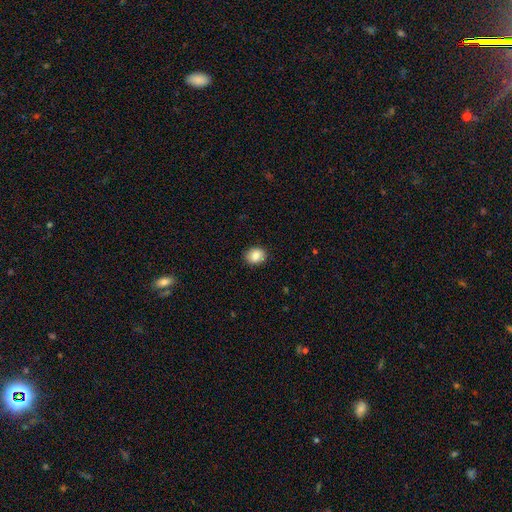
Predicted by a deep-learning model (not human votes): A smooth galaxy with no disk features (86%) that is round (54%).

Vote fractions:
- Smooth or featured? smooth: 86% / star or artifact: 8% / featured or disk: 5%
- How rounded? round: 54% / in between: 45% / cigar-shaped: 1%
- Merging? none: 90% / minor disturbance: 8% / major disturbance: 2% / merger: 1%